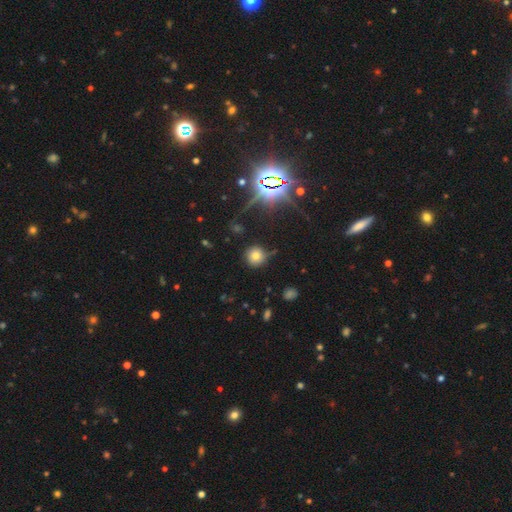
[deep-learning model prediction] Smooth or featured? smooth (70%)
How rounded? round (92%)
Merging? none (80%)